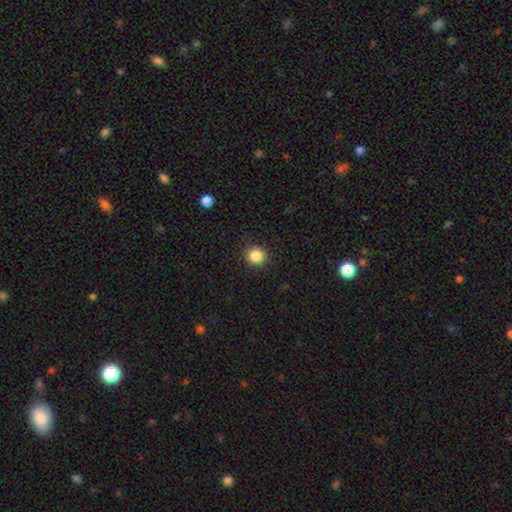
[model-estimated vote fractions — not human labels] A smooth galaxy with no disk features (86%) that is round (92%). Merging: none (91%).